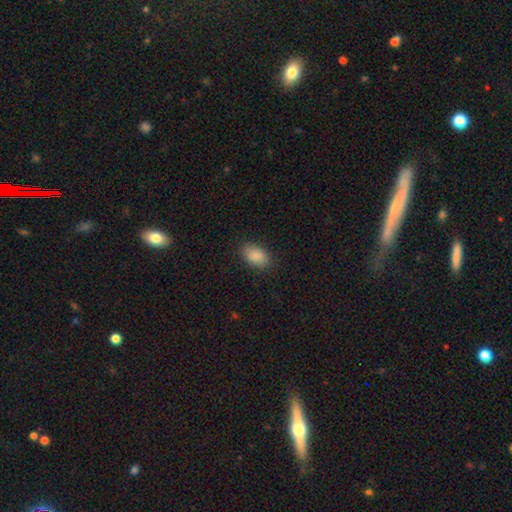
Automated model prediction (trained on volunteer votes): Smooth or featured: smooth — 89% (star or artifact — 7%)
How rounded: in between — 90% (round — 8%)
Merging: none — 85% (minor disturbance — 11%)